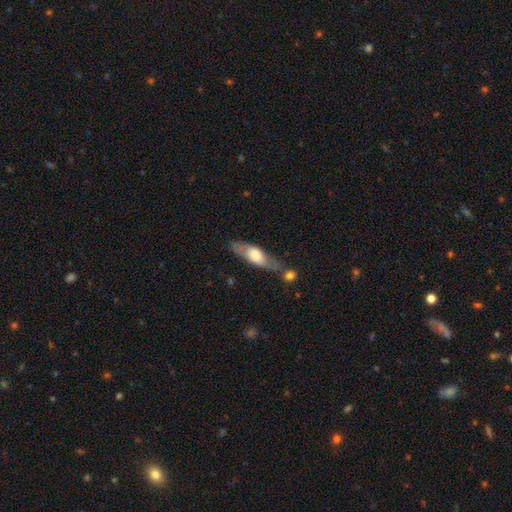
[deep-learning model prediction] Morphology: type=smooth (52%); roundness=cigar-shaped (49%); merging=none (59%).